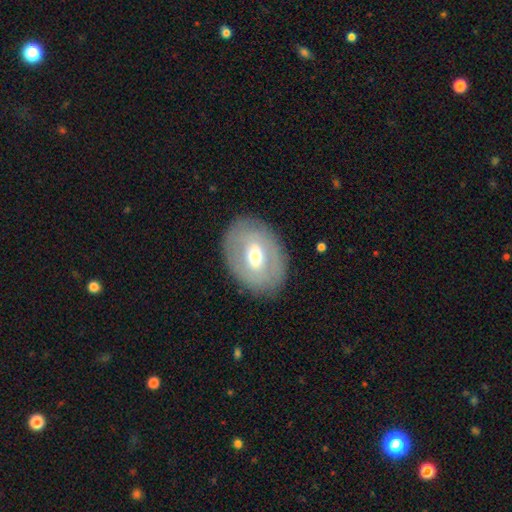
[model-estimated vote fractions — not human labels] Q: Smooth or featured?
A: featured or disk (53%); runner-up: smooth (40%)
Q: Edge-on disk?
A: no (91%); runner-up: yes (9%)
Q: Merging?
A: none (84%); runner-up: minor disturbance (11%)